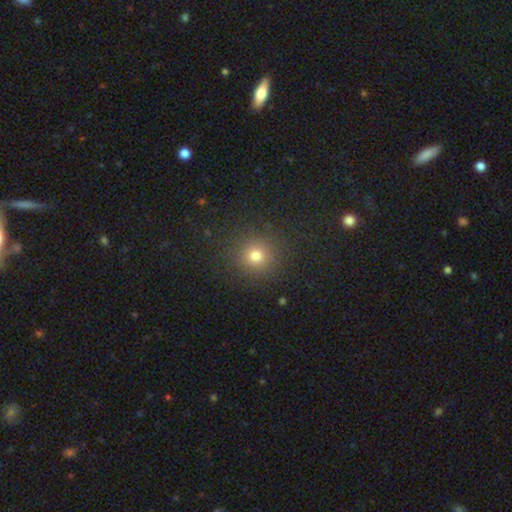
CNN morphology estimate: smooth-or-featured: smooth: 74% | star or artifact: 20% | featured or disk: 7%
  how-rounded: round: 93% | in between: 6% | cigar-shaped: 1%
  merging: none: 89% | minor disturbance: 6% | major disturbance: 3% | merger: 1%